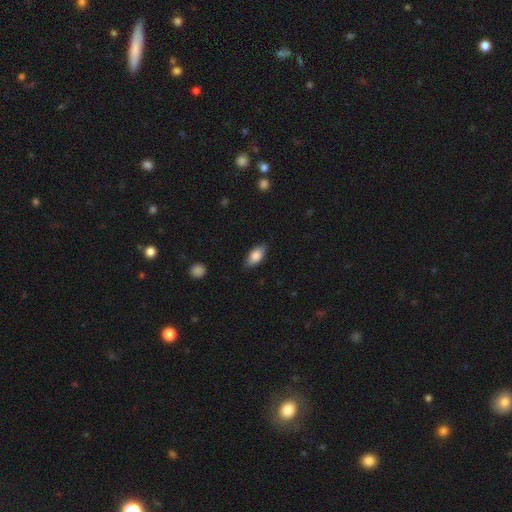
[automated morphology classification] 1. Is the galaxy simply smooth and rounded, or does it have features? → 79% smooth, 14% featured or disk, 6% star or artifact.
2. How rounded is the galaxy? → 88% in between, 9% cigar-shaped, 3% round.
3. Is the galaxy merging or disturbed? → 83% none, 14% minor disturbance, 3% major disturbance, 1% merger.